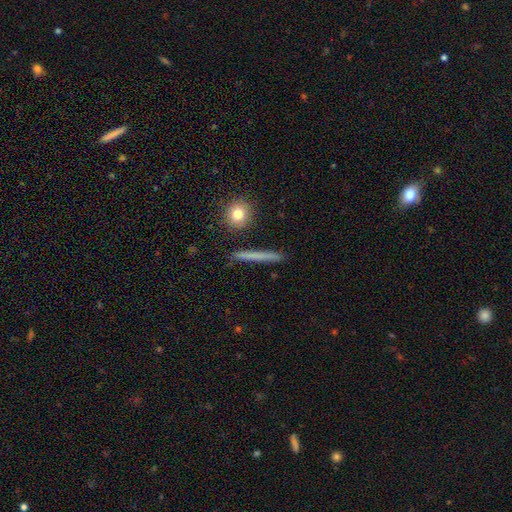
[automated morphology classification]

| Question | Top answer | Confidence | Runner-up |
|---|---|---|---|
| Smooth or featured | smooth | 62% | featured or disk (30%) |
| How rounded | cigar-shaped | 93% | round (4%) |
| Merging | none | 89% | minor disturbance (7%) |